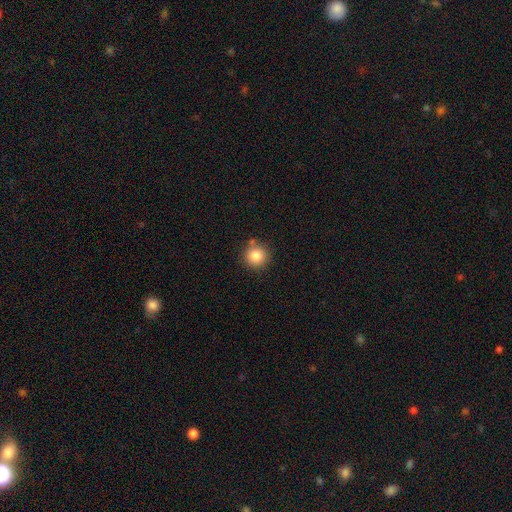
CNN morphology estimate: This is clearly a smooth galaxy (83%). How rounded: clearly round (94%). Merging: clearly none (81%).